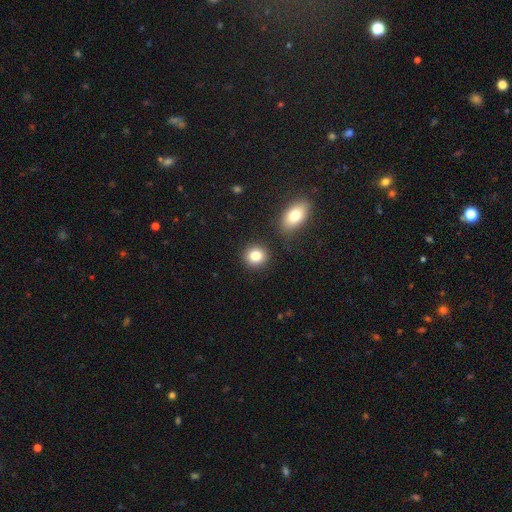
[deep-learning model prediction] This is clearly a smooth galaxy (82%). How rounded: clearly round (84%). Merging: clearly none (85%).